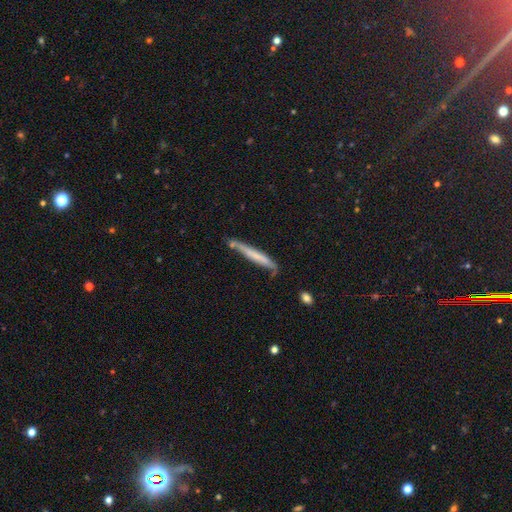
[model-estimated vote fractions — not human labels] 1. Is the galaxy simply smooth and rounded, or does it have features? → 55% smooth, 38% featured or disk, 6% star or artifact.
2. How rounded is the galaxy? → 95% cigar-shaped, 3% in between, 1% round.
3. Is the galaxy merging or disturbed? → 64% none, 23% minor disturbance, 7% merger, 6% major disturbance.